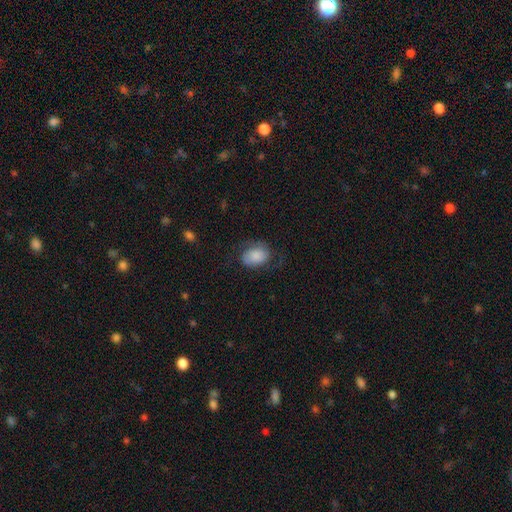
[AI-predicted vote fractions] Q: Smooth or featured?
A: smooth (62%); runner-up: featured or disk (29%)
Q: How rounded?
A: in between (76%); runner-up: round (23%)
Q: Merging?
A: none (57%); runner-up: minor disturbance (23%)